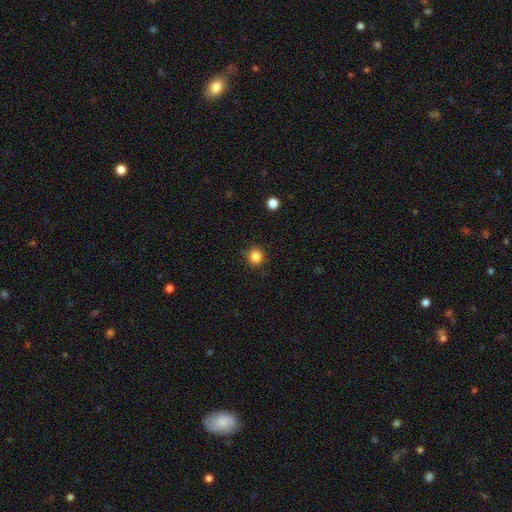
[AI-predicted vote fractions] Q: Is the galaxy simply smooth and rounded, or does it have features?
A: smooth — 84%.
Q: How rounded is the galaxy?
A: round — 94%.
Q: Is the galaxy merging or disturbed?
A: none — 89%.